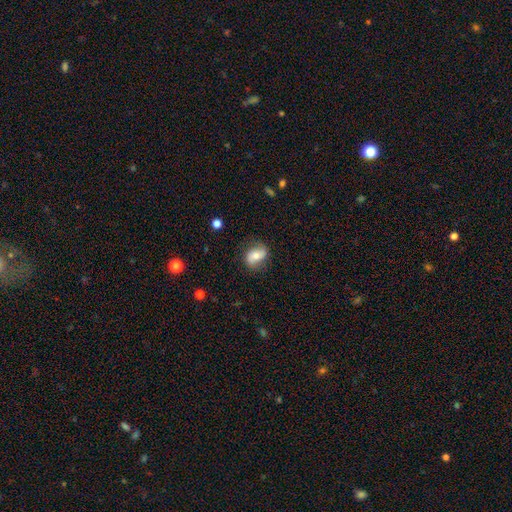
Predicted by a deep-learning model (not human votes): A smooth galaxy with no disk features (48%).

Vote fractions:
- Smooth or featured? smooth: 48% / featured or disk: 43% / star or artifact: 9%
- Merging? none: 74% / minor disturbance: 18% / major disturbance: 6% / merger: 1%